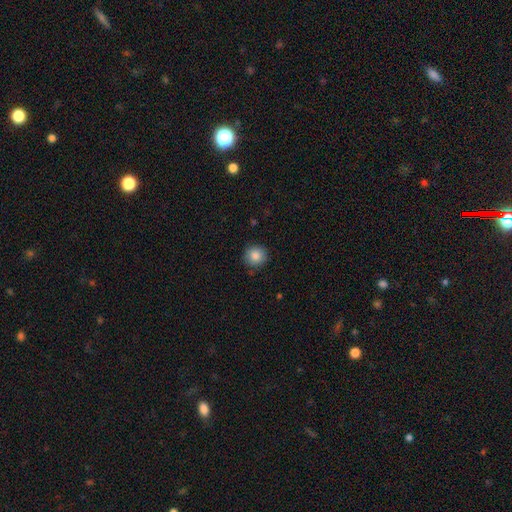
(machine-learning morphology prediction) A smooth galaxy with no disk features (86%) that is round (93%). Merging: none (88%).